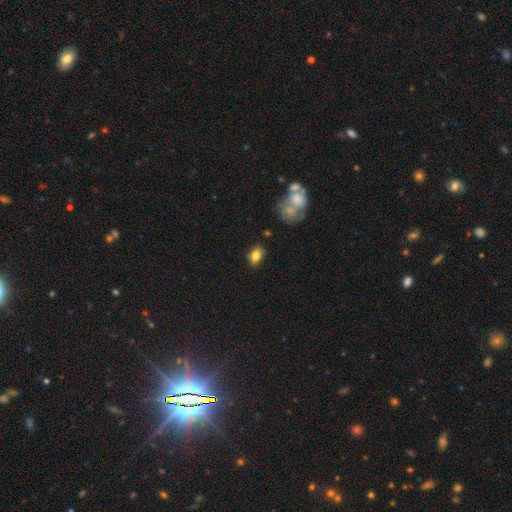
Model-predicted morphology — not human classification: Smooth or featured? smooth (81%)
How rounded? in between (80%)
Merging? none (81%)